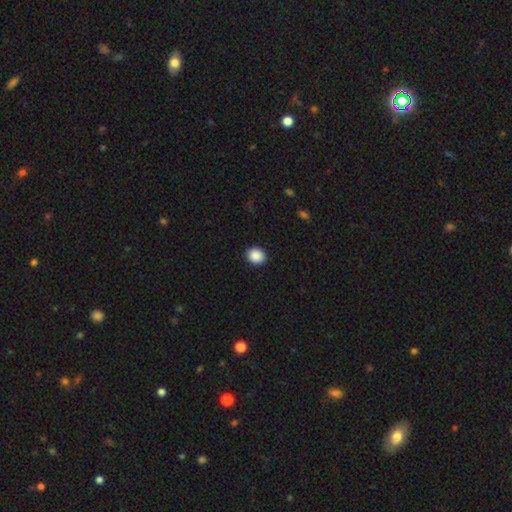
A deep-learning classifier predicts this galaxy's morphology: Smooth or featured? smooth (89%)
How rounded? round (75%)
Merging? none (92%)